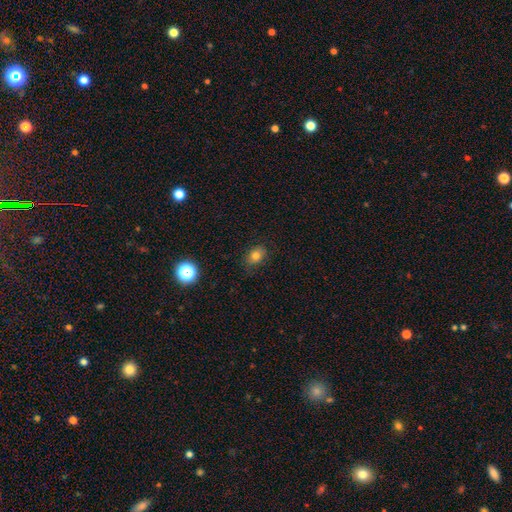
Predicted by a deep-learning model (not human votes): A smooth galaxy with no disk features (78%) that is in between round and cigar-shaped (68%).

Vote fractions:
- Smooth or featured? smooth: 78% / star or artifact: 13% / featured or disk: 9%
- How rounded? in between: 68% / round: 31% / cigar-shaped: 1%
- Merging? none: 80% / minor disturbance: 15% / major disturbance: 3% / merger: 1%